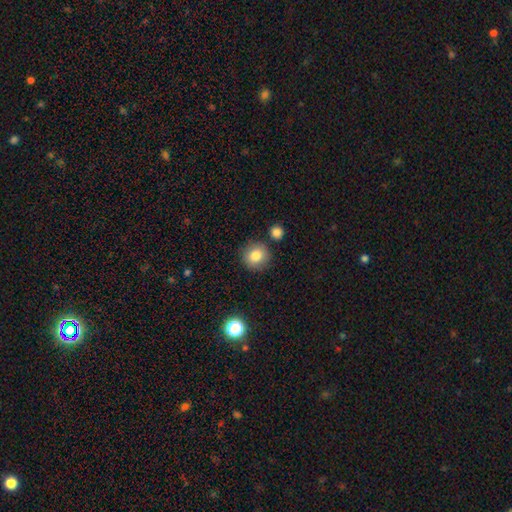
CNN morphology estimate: type=smooth (83%); roundness=round (93%); merging=none (85%).